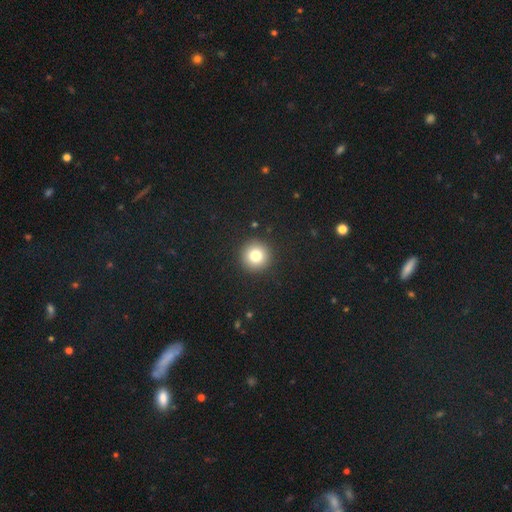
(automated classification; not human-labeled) smooth 80%, star or artifact 12%, featured or disk 8%. Down the decision tree: how rounded — round (96%); merging — none (93%).